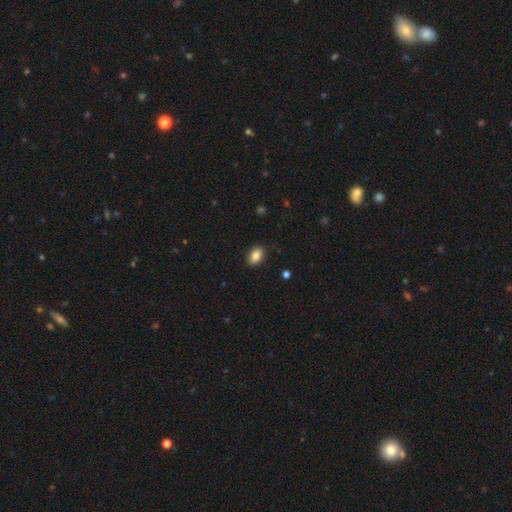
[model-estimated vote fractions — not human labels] Morphology: type=smooth (85%); roundness=in between (88%); merging=none (88%).